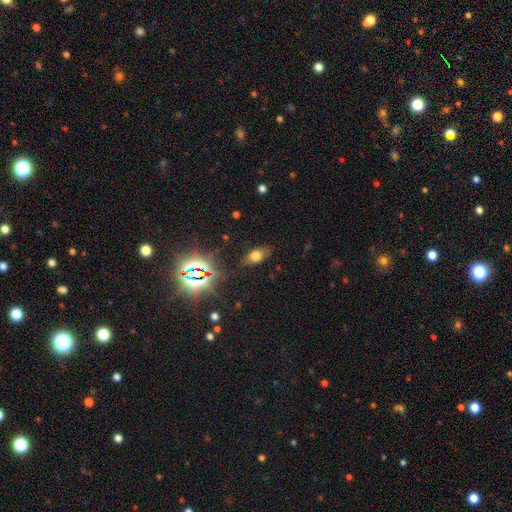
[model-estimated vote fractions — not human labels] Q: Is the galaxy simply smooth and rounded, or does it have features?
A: smooth — 60%.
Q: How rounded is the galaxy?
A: in between — 82%.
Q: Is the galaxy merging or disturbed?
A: none — 80%.